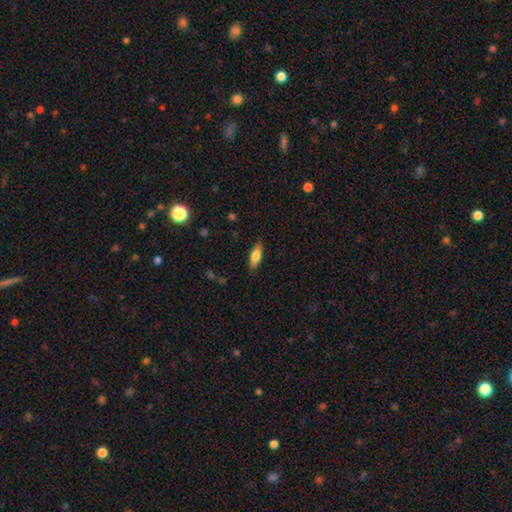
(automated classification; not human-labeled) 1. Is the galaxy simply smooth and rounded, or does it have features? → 68% smooth, 25% featured or disk, 7% star or artifact.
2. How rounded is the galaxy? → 64% in between, 33% cigar-shaped, 3% round.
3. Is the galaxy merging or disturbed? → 86% none, 11% minor disturbance, 2% major disturbance, 1% merger.